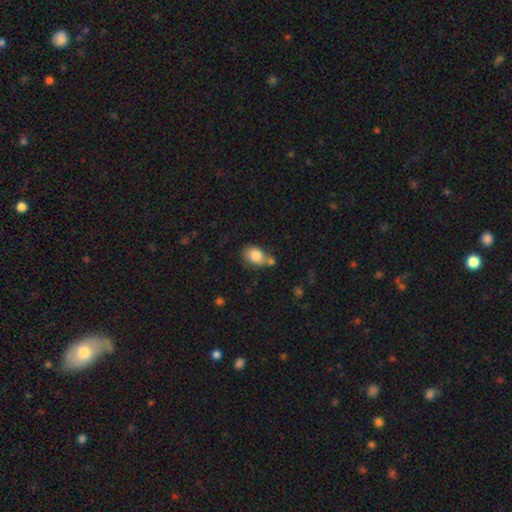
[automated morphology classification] Smooth or featured: smooth — 81% (featured or disk — 10%)
How rounded: in between — 68% (round — 30%)
Merging: none — 46% (merger — 28%)